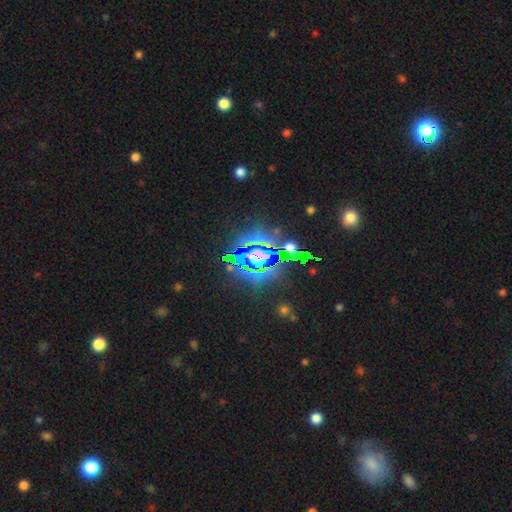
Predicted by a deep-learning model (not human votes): star or artifact 74%, smooth 14%, featured or disk 12%.